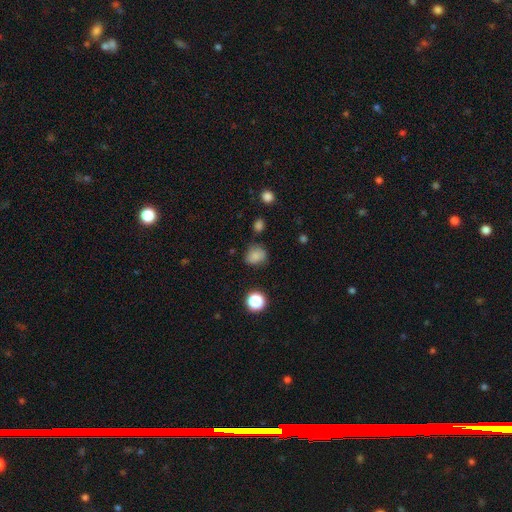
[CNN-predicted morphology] smooth_or_featured: smooth (p=0.79) [alt: star or artifact p=0.14]
how_rounded: round (p=0.66) [alt: in between p=0.33]
merging: none (p=0.67) [alt: minor disturbance p=0.23]